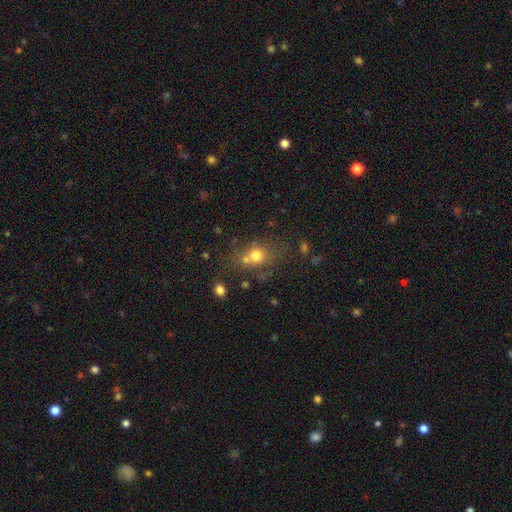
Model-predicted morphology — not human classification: Smooth or featured? smooth (72%)
How rounded? round (70%)
Merging? none (55%)